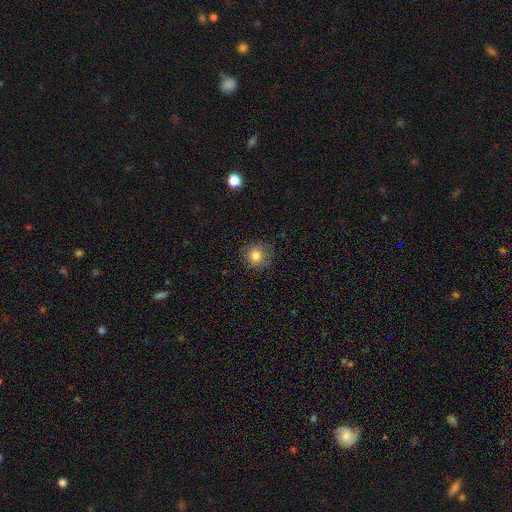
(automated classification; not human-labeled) A smooth galaxy with no disk features (80%) that is round (90%). Merging: none (82%).